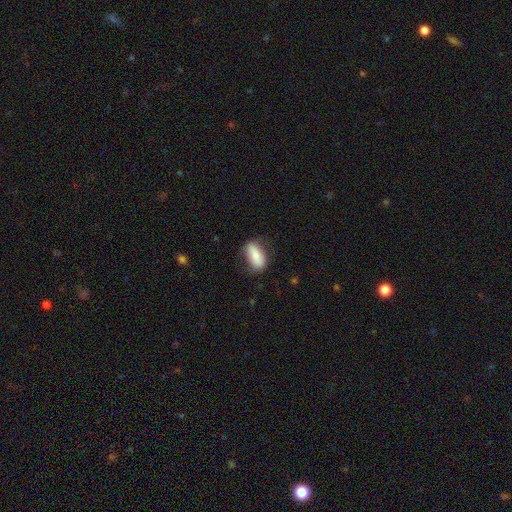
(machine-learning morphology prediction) smooth 77%, featured or disk 17%, star or artifact 7%. Down the decision tree: how rounded — in between (82%); merging — none (72%).